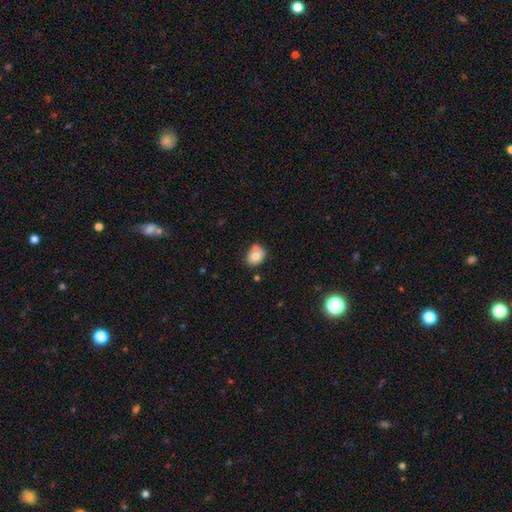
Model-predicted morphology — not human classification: smooth_or_featured: smooth (p=0.73) [alt: featured or disk p=0.18]
how_rounded: in between (p=0.51) [alt: round p=0.49]
merging: none (p=0.59) [alt: minor disturbance p=0.27]